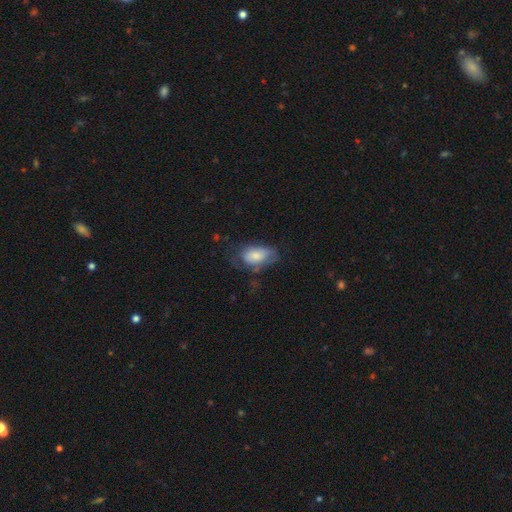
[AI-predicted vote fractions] Smooth or featured? smooth (71%)
How rounded? in between (92%)
Merging? none (39%)